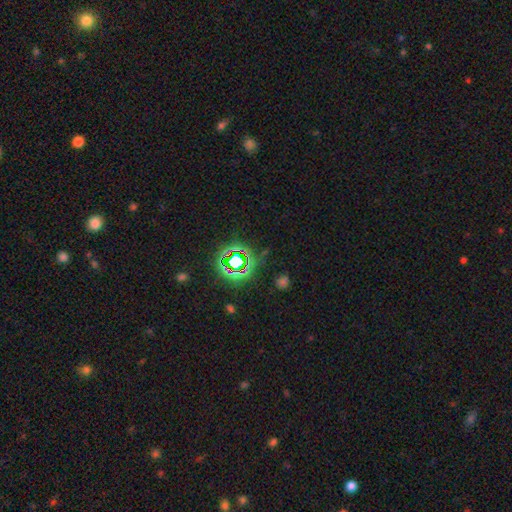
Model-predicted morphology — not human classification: The model was most divided on "smooth or featured": star or artifact: 69%, smooth: 18%, featured or disk: 13%.